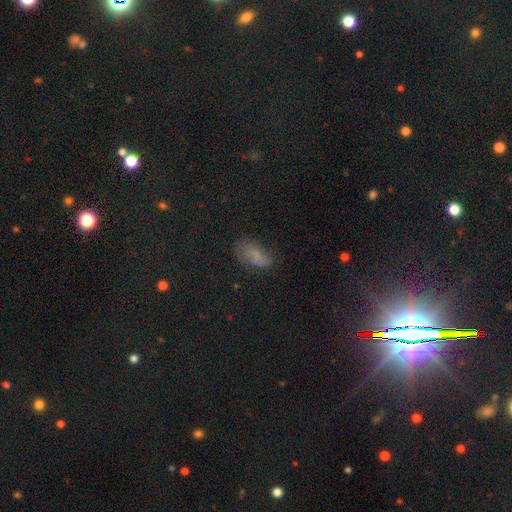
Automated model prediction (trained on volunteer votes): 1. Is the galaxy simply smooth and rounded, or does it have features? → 63% smooth, 21% star or artifact, 16% featured or disk.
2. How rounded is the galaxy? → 89% in between, 6% cigar-shaped, 6% round.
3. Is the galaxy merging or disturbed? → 62% none, 25% minor disturbance, 10% major disturbance, 3% merger.